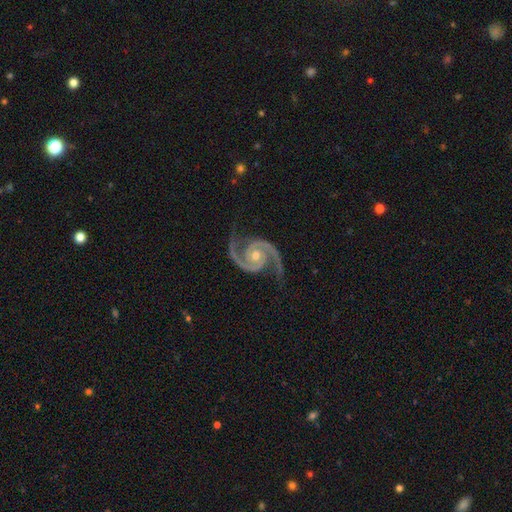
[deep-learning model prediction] Q: Smooth or featured?
A: featured or disk (95%); runner-up: star or artifact (4%)
Q: Edge-on disk?
A: no (98%); runner-up: yes (2%)
Q: Bar?
A: no (68%); runner-up: weak (22%)
Q: Spiral arms?
A: yes (99%); runner-up: no (1%)
Q: Spiral winding?
A: medium (58%); runner-up: tight (34%)
Q: Spiral arm count?
A: 2 (94%); runner-up: 3 (2%)
Q: Bulge size?
A: moderate (58%); runner-up: small (39%)
Q: Merging?
A: none (82%); runner-up: minor disturbance (13%)